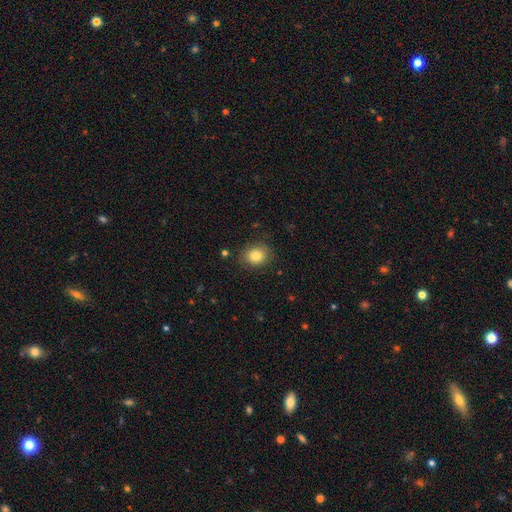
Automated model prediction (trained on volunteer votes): This appears to be a smooth galaxy with no disk features (81%) that is round (66%). Merging: none (83%).